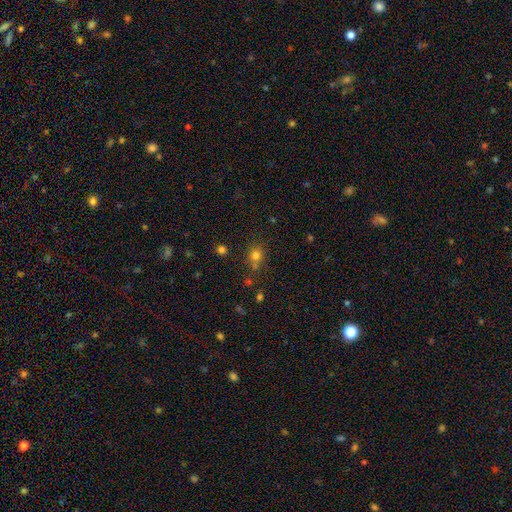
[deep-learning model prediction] This is likely a smooth galaxy (76%). How rounded: likely round (77%). Merging: likely none (70%).